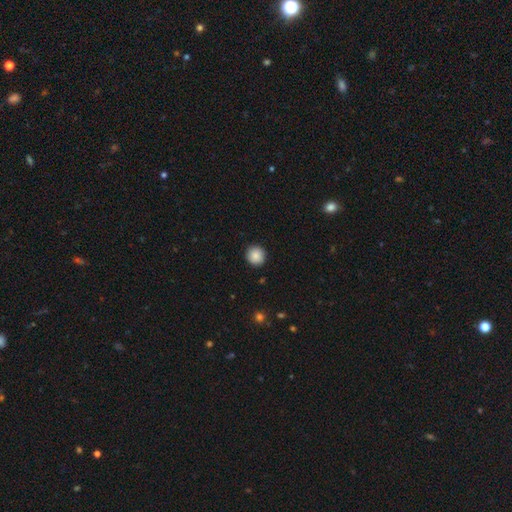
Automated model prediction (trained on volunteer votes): A smooth galaxy with no disk features (88%) that is round (93%).

Vote fractions:
- Smooth or featured? smooth: 88% / star or artifact: 8% / featured or disk: 4%
- How rounded? round: 93% / in between: 6% / cigar-shaped: 1%
- Merging? none: 92% / minor disturbance: 6% / major disturbance: 2% / merger: 1%